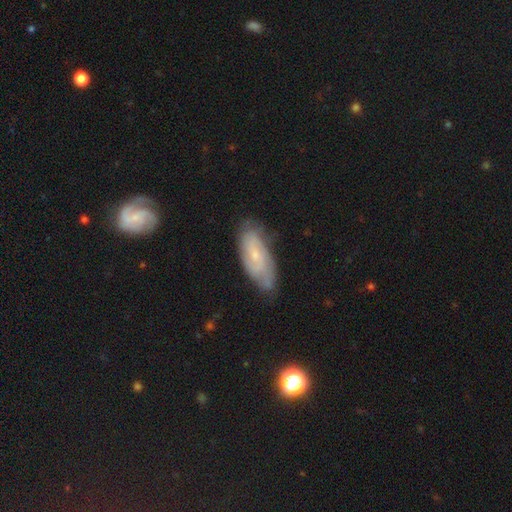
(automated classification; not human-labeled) smooth_or_featured: featured or disk (p=0.60) [alt: smooth p=0.33]
disk_edge_on: no (p=0.88) [alt: yes p=0.12]
bar: no (p=0.66) [alt: weak p=0.29]
has_spiral_arms: yes (p=0.84) [alt: no p=0.16]
bulge_size: small (p=0.74) [alt: moderate p=0.20]
merging: none (p=0.66) [alt: minor disturbance p=0.26]